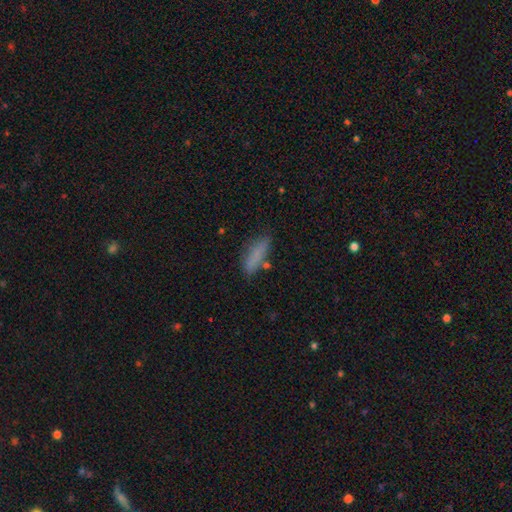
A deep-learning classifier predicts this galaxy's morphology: Smooth or featured?
  - smooth: 81% *
  - featured or disk: 10%
  - star or artifact: 9%
How rounded?
  - cigar-shaped: 62% *
  - in between: 36%
  - round: 2%
Merging?
  - none: 72% *
  - minor disturbance: 18%
  - major disturbance: 5%
  - merger: 5%